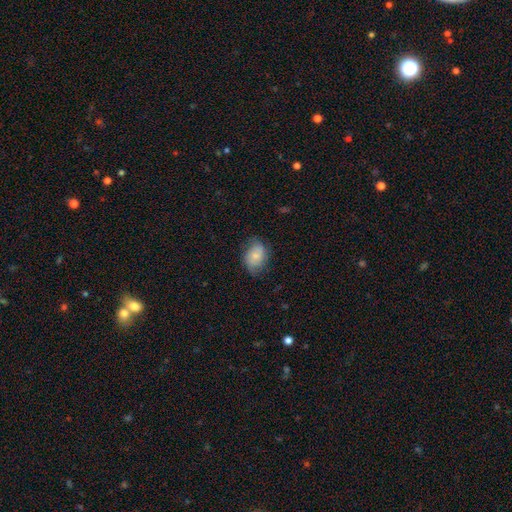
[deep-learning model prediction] Smooth or featured: smooth — 71% (featured or disk — 21%)
How rounded: in between — 76% (round — 23%)
Merging: none — 66% (minor disturbance — 25%)